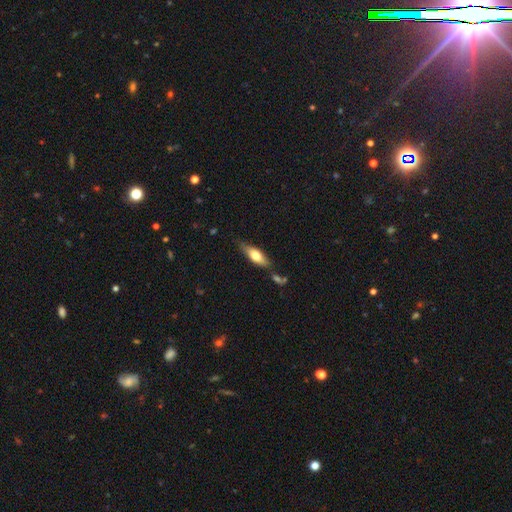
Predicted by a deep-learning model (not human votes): Smooth or featured?
  - smooth: 62% *
  - featured or disk: 32%
  - star or artifact: 6%
How rounded?
  - in between: 61% *
  - cigar-shaped: 36%
  - round: 2%
Merging?
  - none: 70% *
  - minor disturbance: 18%
  - merger: 7%
  - major disturbance: 4%